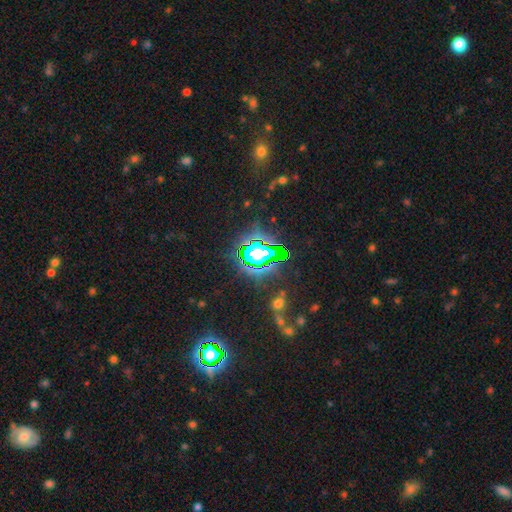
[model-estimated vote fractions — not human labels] Morphology: type=star or artifact (72%).